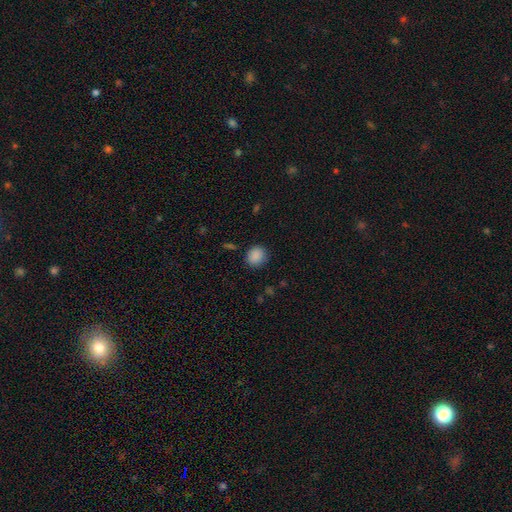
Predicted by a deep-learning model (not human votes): Smooth or featured? Predicted: smooth (p=0.88). How rounded? Predicted: round (p=0.77). Merging? Predicted: none (p=0.84).